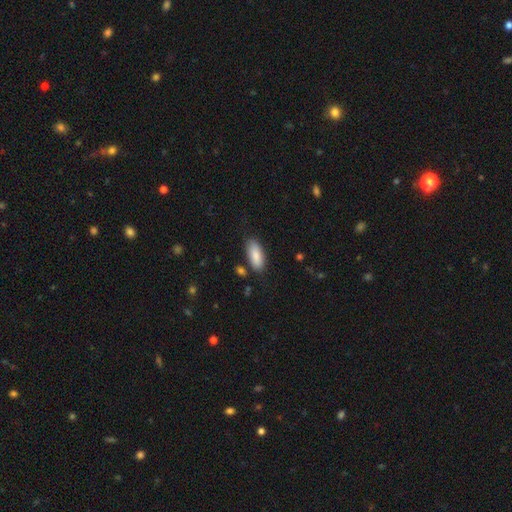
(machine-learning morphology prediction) type=smooth (87%); roundness=in between (83%); merging=none (79%).